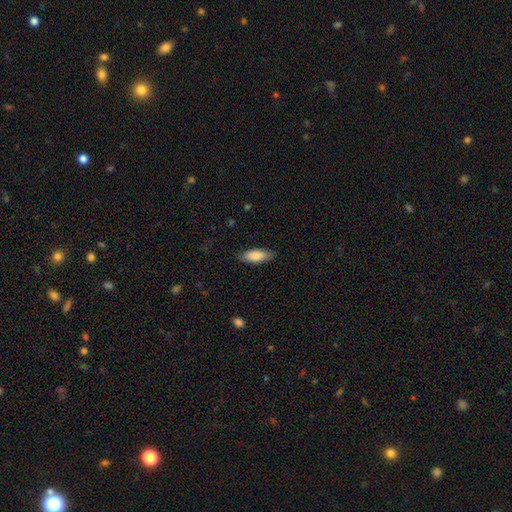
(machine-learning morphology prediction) smooth_or_featured: smooth (p=0.86) [alt: featured or disk p=0.09]
how_rounded: in between (p=0.71) [alt: cigar-shaped p=0.27]
merging: none (p=0.85) [alt: minor disturbance p=0.12]